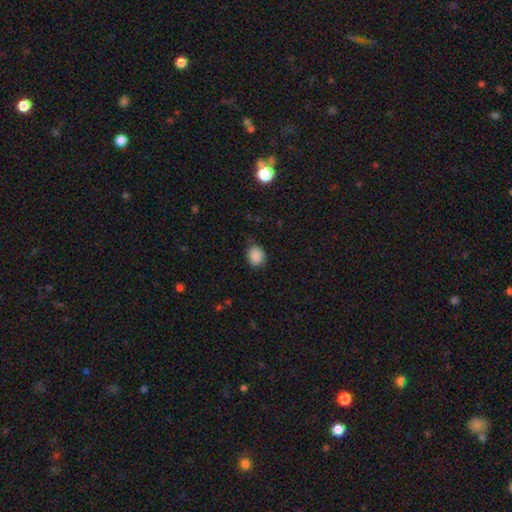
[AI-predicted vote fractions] The model was most divided on "how rounded": round: 67%, in between: 33%, cigar-shaped: 1%. More confident: smooth or featured — smooth (87%); merging — none (76%).